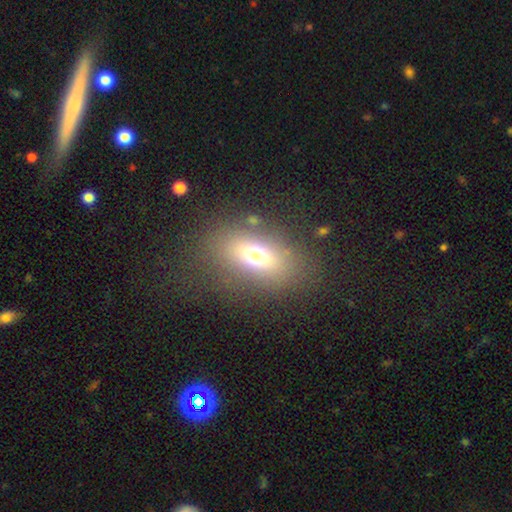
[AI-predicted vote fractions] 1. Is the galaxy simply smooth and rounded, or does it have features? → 67% smooth, 16% star or artifact, 16% featured or disk.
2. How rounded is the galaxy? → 76% in between, 19% round, 5% cigar-shaped.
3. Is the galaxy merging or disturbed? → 77% none, 11% minor disturbance, 9% major disturbance, 3% merger.